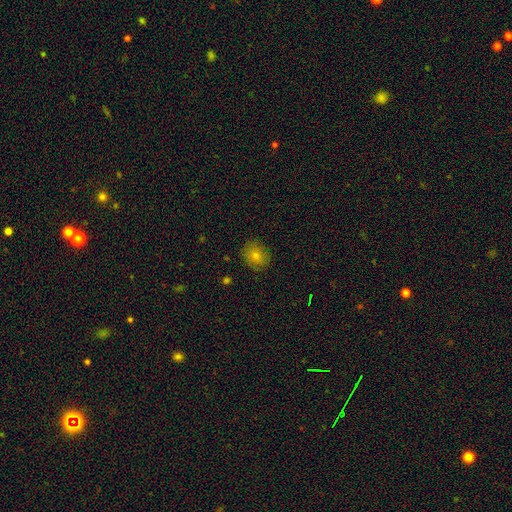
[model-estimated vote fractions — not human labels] A smooth galaxy with no disk features (74%) that is round (74%). Merging: none (87%).